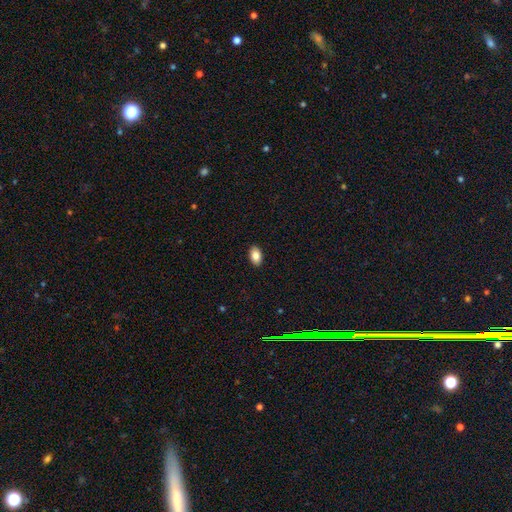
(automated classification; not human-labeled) A smooth galaxy with no disk features (87%) that is in between round and cigar-shaped (92%).

Vote fractions:
- Smooth or featured? smooth: 87% / star or artifact: 8% / featured or disk: 6%
- How rounded? in between: 92% / round: 6% / cigar-shaped: 2%
- Merging? none: 91% / minor disturbance: 7% / major disturbance: 2% / merger: 1%